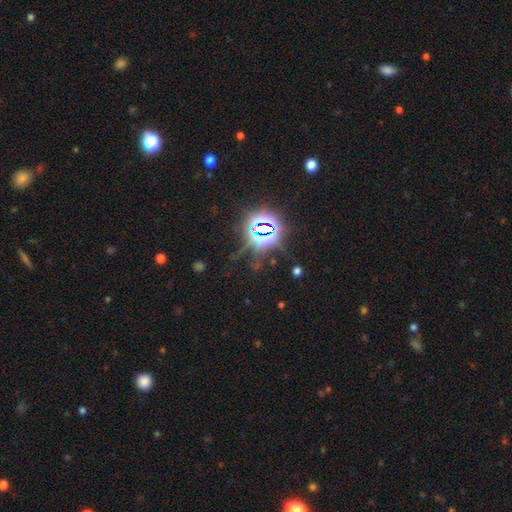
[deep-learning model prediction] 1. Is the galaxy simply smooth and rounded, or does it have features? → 82% star or artifact, 11% smooth, 7% featured or disk.